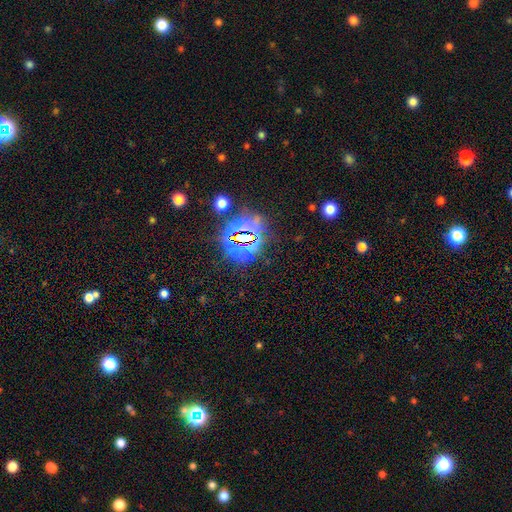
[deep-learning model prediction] This appears to be a star or artifact, not a galaxy (81%).